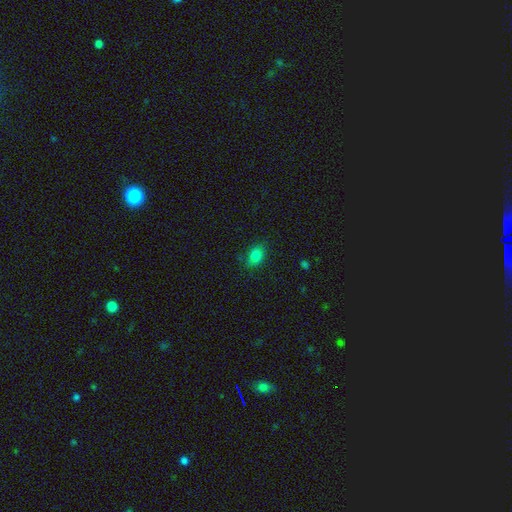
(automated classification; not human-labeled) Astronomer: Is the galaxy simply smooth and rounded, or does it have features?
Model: smooth — 82%.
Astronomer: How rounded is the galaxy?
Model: in between — 75%.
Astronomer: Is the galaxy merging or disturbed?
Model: none — 82%.